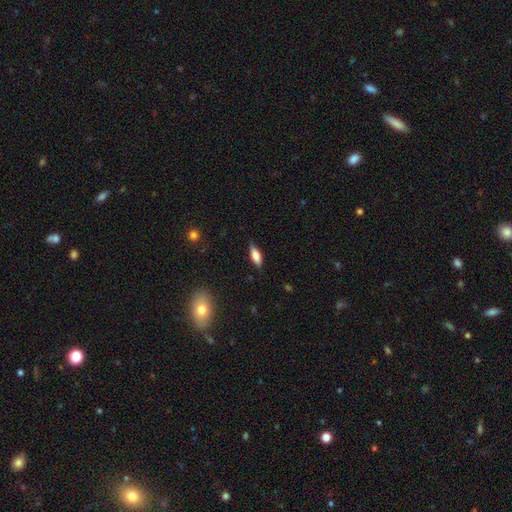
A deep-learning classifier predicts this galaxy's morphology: The model was most divided on "how rounded": in between: 63%, cigar-shaped: 34%, round: 3%. More confident: merging — none (82%); smooth or featured — smooth (66%).